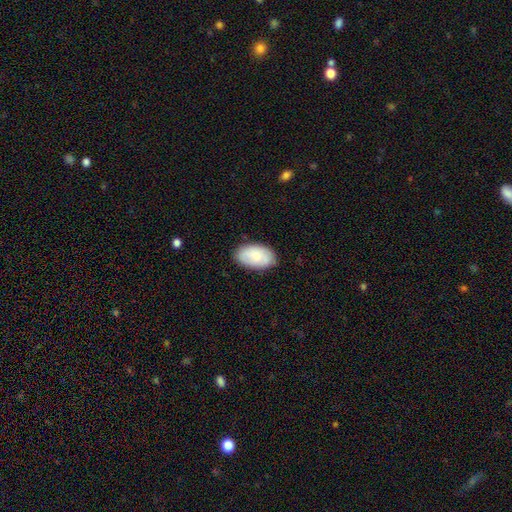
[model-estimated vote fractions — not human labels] Smooth or featured?
  - smooth: 78% *
  - featured or disk: 16%
  - star or artifact: 6%
How rounded?
  - in between: 94% *
  - round: 5%
  - cigar-shaped: 1%
Merging?
  - none: 82% *
  - minor disturbance: 14%
  - major disturbance: 3%
  - merger: 1%